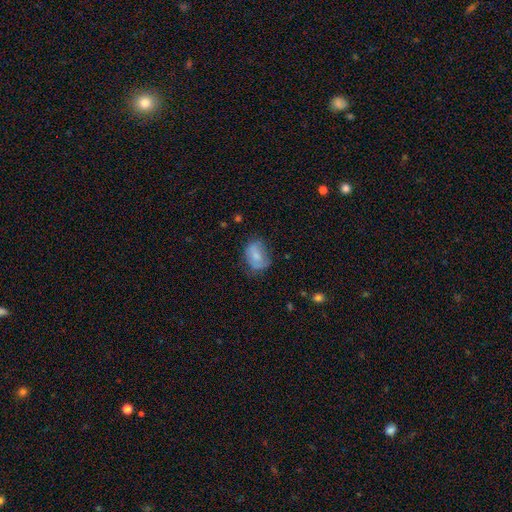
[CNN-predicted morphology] Overall: smooth (68%). How rounded: in between (78%). Merging: none (52%; minor disturbance 31%).